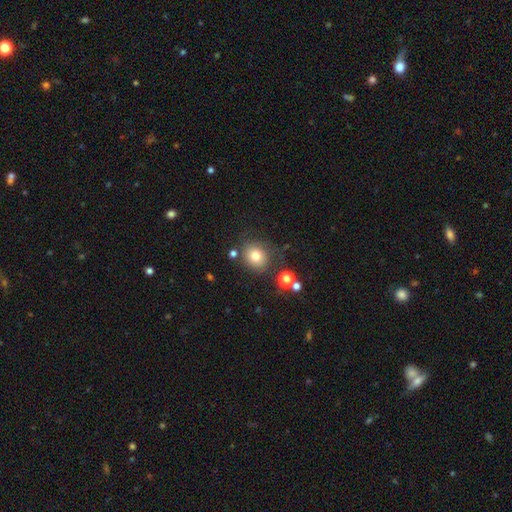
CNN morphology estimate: smooth-or-featured: smooth: 75% | star or artifact: 13% | featured or disk: 12%
  how-rounded: round: 74% | in between: 25% | cigar-shaped: 1%
  merging: none: 73% | minor disturbance: 15% | major disturbance: 6% | merger: 6%